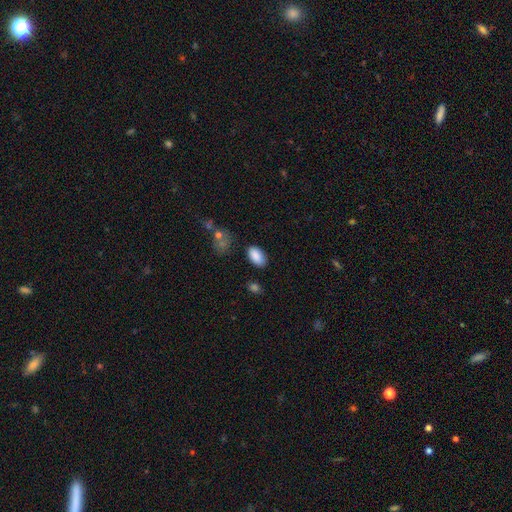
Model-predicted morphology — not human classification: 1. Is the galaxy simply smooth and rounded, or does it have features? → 88% smooth, 7% star or artifact, 5% featured or disk.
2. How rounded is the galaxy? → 94% in between, 5% round, 2% cigar-shaped.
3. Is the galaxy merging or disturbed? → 81% none, 13% minor disturbance, 3% major disturbance, 2% merger.